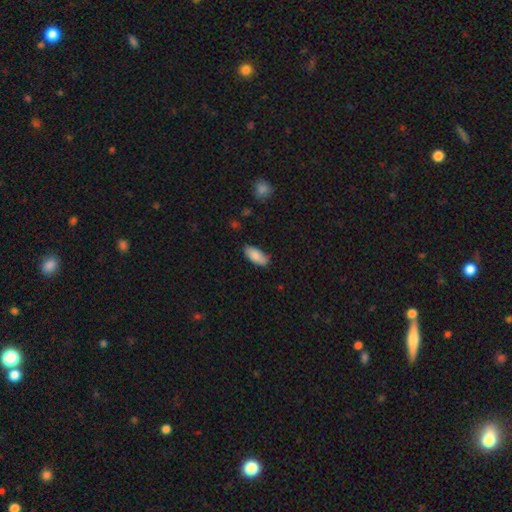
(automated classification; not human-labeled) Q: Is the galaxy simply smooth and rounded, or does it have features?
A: smooth — 85%.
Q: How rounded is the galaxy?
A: in between — 88%.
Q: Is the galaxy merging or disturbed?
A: none — 80%.